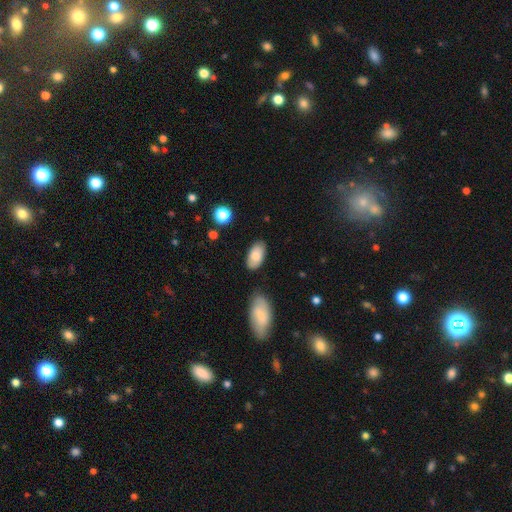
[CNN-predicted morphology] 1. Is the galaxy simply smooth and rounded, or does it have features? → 78% smooth, 15% featured or disk, 7% star or artifact.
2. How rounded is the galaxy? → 95% in between, 3% round, 2% cigar-shaped.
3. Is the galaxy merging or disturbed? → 79% none, 14% minor disturbance, 4% merger, 3% major disturbance.